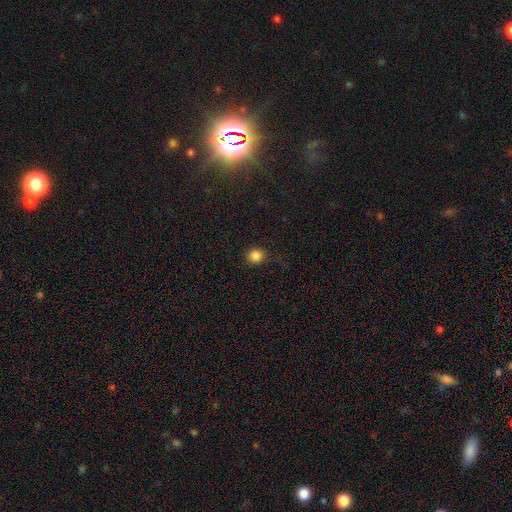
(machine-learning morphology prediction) type=smooth (84%); roundness=round (89%); merging=none (86%).